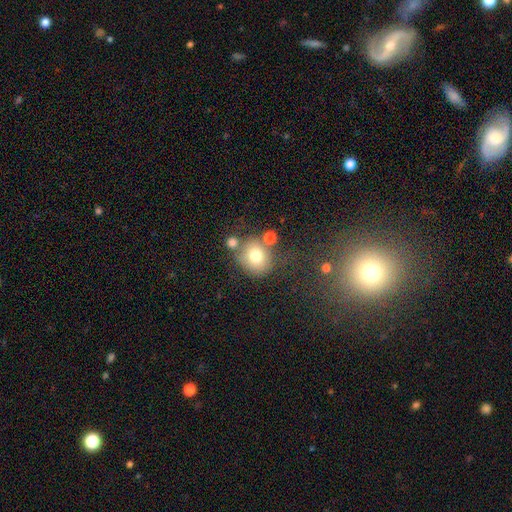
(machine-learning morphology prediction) Q: Smooth or featured?
A: smooth (74%); runner-up: featured or disk (14%)
Q: How rounded?
A: round (80%); runner-up: in between (19%)
Q: Merging?
A: none (60%); runner-up: merger (18%)